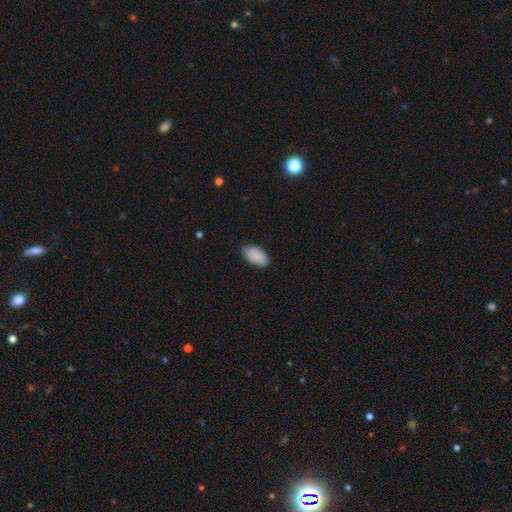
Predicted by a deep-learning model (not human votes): This appears to be a smooth galaxy with no disk features (88%) that is in between round and cigar-shaped (95%). Merging: none (78%).